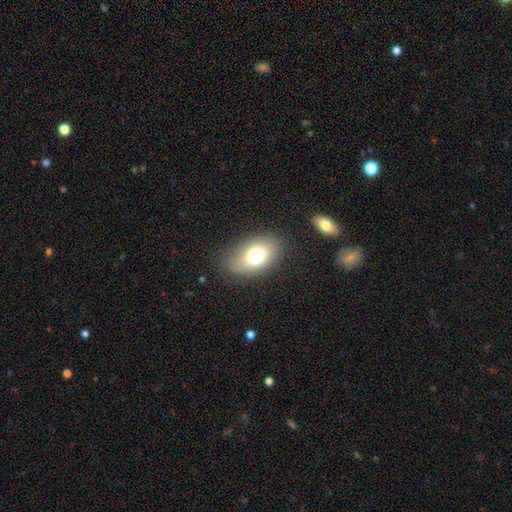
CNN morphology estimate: The model was most divided on "smooth or featured": smooth: 74%, featured or disk: 16%, star or artifact: 10%. More confident: how rounded — in between (87%); merging — none (77%).